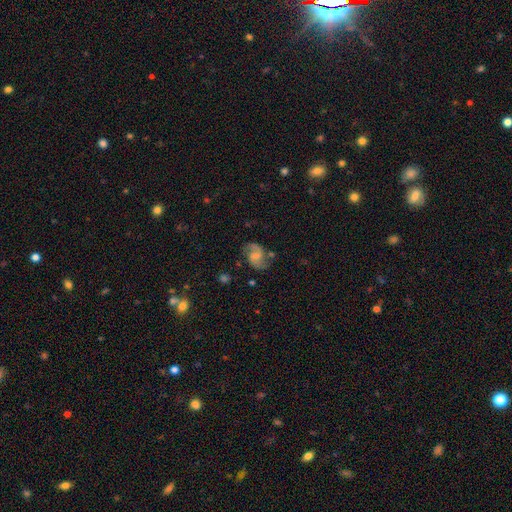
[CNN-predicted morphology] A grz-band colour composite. It shows a featured or disk galaxy (78%) with a weak bar (50%), 2 (90%) medium (49%) spiral arms (94%) and a small central bulge (43%). Merging: none (69%).